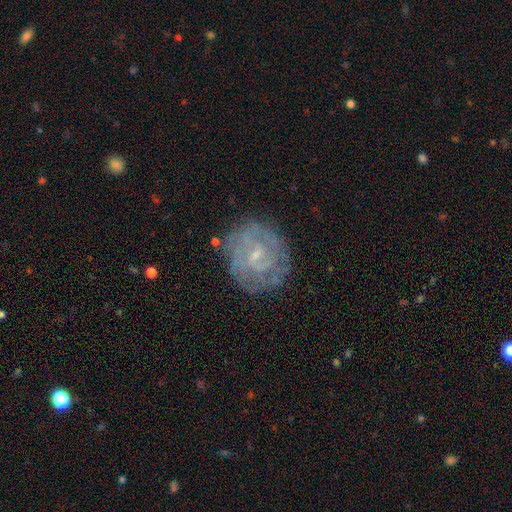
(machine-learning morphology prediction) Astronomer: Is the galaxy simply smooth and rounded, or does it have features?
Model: featured or disk — 75%.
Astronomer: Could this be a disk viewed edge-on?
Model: no — 98%.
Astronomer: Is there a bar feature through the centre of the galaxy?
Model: weak — 52% (runner-up: no, 37%).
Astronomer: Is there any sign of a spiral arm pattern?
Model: yes — 81%.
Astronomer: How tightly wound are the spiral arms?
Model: tight — 65%.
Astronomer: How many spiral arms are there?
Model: can't tell — 44% (runner-up: 2, 29%).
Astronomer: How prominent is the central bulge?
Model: small — 69%.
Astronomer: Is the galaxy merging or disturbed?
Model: none — 76%.